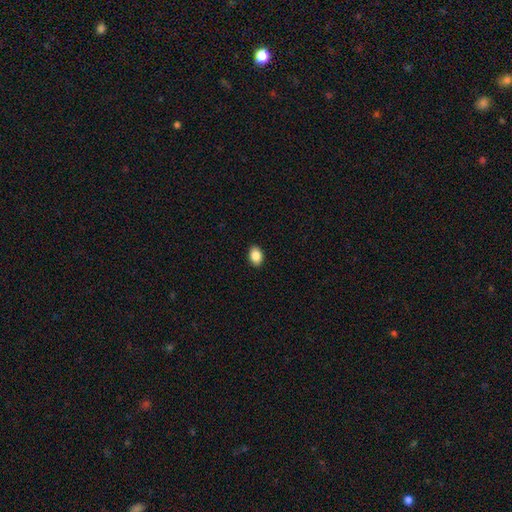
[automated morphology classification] smooth 87%, star or artifact 8%, featured or disk 5%. Down the decision tree: how rounded — in between (78%); merging — none (91%).